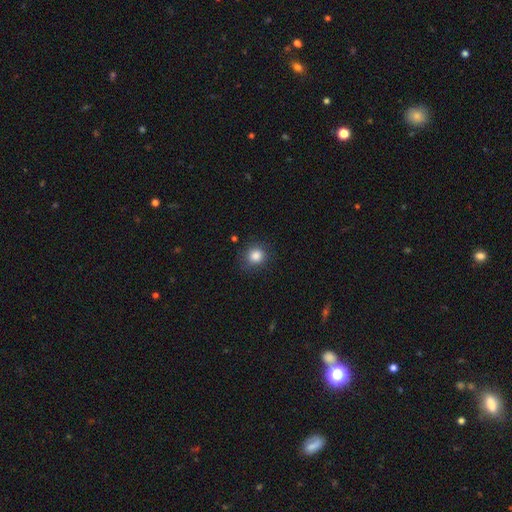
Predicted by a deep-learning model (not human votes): Overall: smooth (85%). How rounded: round (84%). Merging: none (83%).